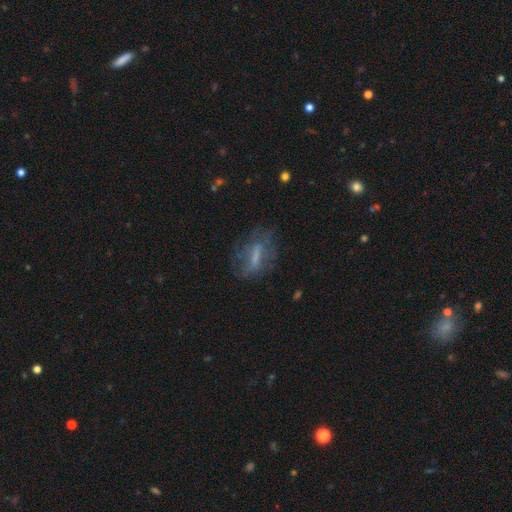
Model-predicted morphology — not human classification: smooth_or_featured: featured or disk (p=0.50) [alt: smooth p=0.39]
merging: none (p=0.57) [alt: minor disturbance p=0.22]